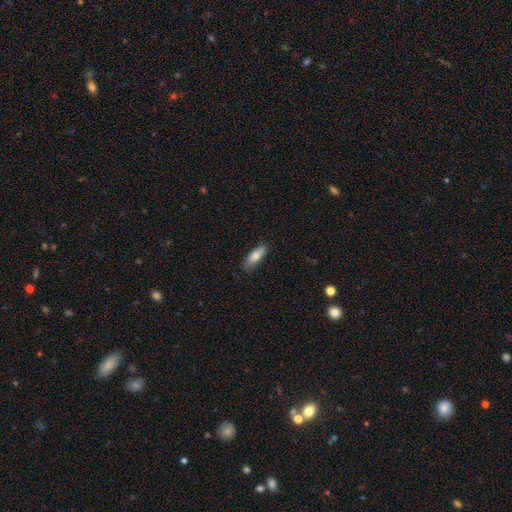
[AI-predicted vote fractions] Smooth or featured?
  - smooth: 76% *
  - featured or disk: 18%
  - star or artifact: 6%
How rounded?
  - in between: 55% *
  - cigar-shaped: 43%
  - round: 2%
Merging?
  - none: 78% *
  - minor disturbance: 18%
  - major disturbance: 3%
  - merger: 1%